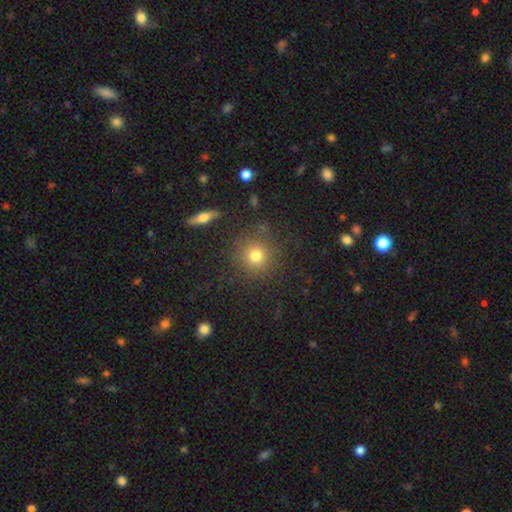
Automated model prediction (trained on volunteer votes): Morphology: type=smooth (74%); roundness=round (93%); merging=none (85%).